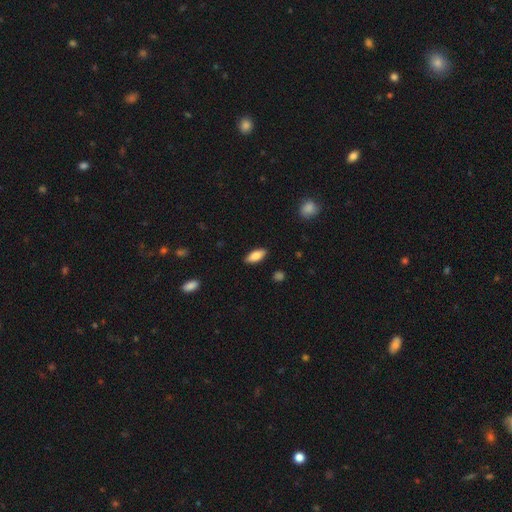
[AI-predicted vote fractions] This is clearly a smooth galaxy (82%). How rounded: clearly in between (81%). Merging: clearly none (87%).